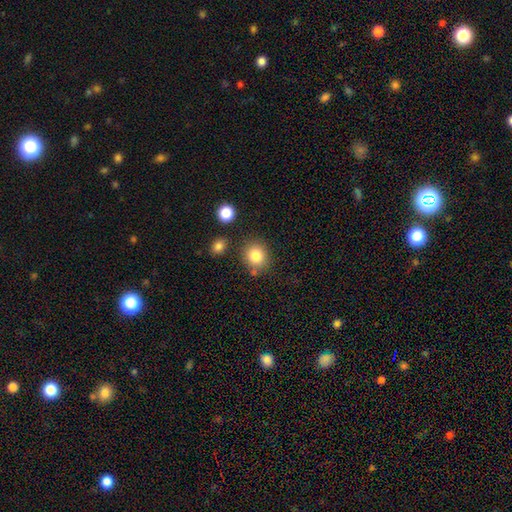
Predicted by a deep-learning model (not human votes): Morphology: type=smooth (83%); roundness=round (83%); merging=none (78%).